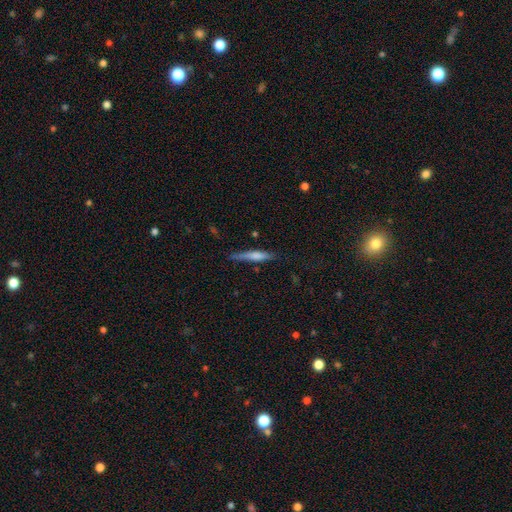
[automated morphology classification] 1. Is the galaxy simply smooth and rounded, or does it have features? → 57% smooth, 36% featured or disk, 6% star or artifact.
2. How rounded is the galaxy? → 90% cigar-shaped, 8% in between, 2% round.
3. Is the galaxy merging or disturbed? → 74% none, 19% minor disturbance, 4% major disturbance, 3% merger.